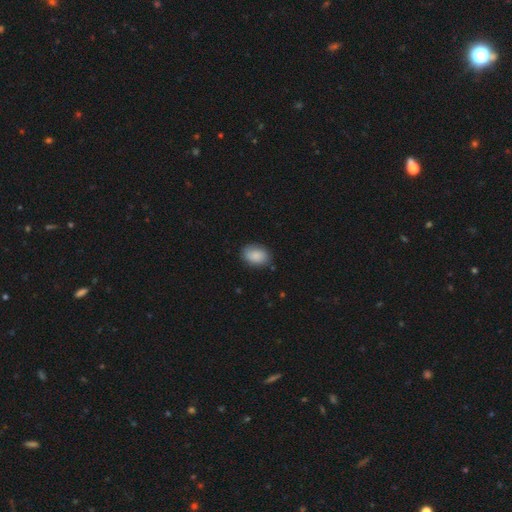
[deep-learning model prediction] Morphology: type=smooth (88%); roundness=in between (80%); merging=none (83%).